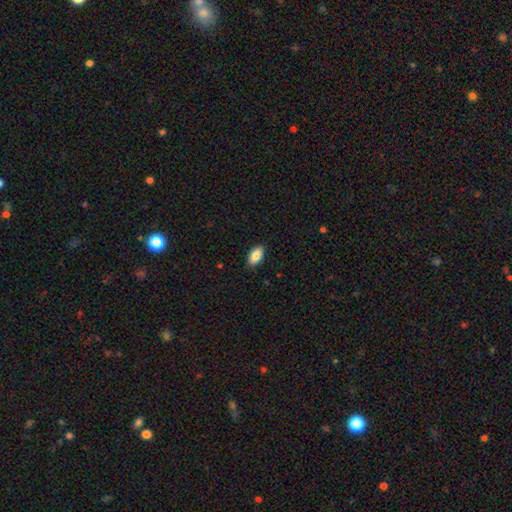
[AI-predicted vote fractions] smooth_or_featured: smooth (p=0.87) [alt: star or artifact p=0.07]
how_rounded: in between (p=0.93) [alt: round p=0.03]
merging: none (p=0.88) [alt: minor disturbance p=0.09]